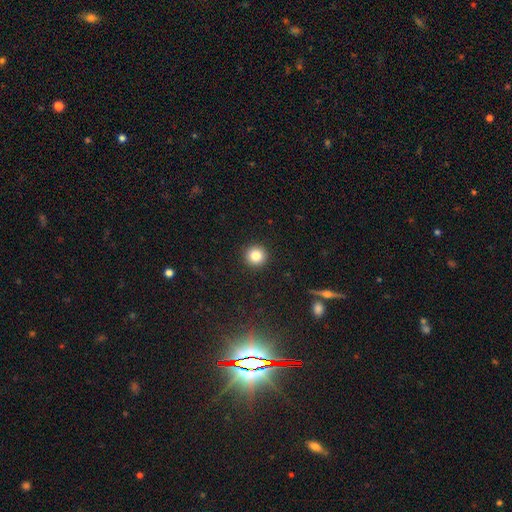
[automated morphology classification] The model was most divided on "smooth or featured": smooth: 83%, star or artifact: 11%, featured or disk: 6%. More confident: how rounded — round (94%); merging — none (93%).